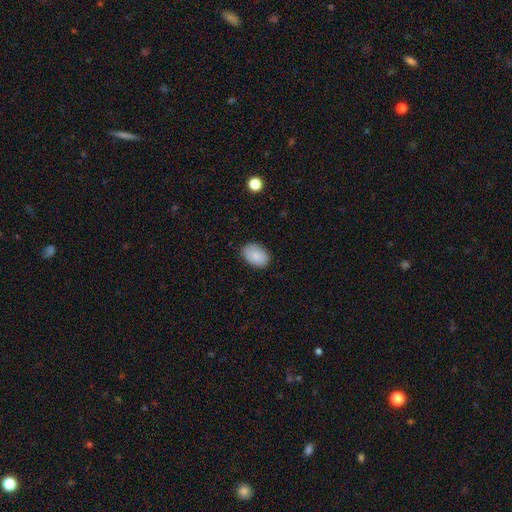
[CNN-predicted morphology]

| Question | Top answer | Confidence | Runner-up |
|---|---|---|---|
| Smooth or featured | smooth | 88% | star or artifact (7%) |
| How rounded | in between | 86% | round (13%) |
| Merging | none | 85% | minor disturbance (12%) |